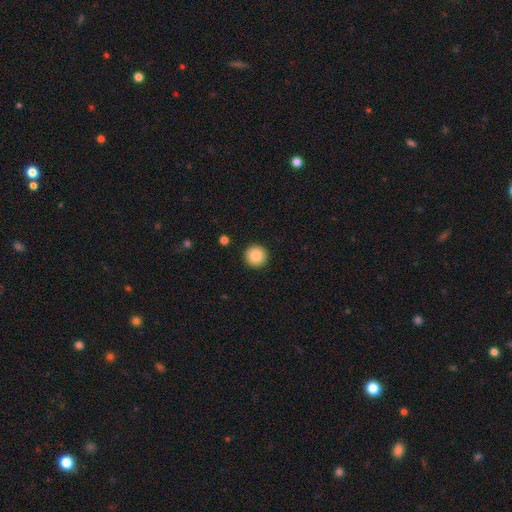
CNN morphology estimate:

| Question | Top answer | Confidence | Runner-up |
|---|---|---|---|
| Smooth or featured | smooth | 87% | star or artifact (8%) |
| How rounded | round | 96% | in between (3%) |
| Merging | none | 93% | minor disturbance (4%) |